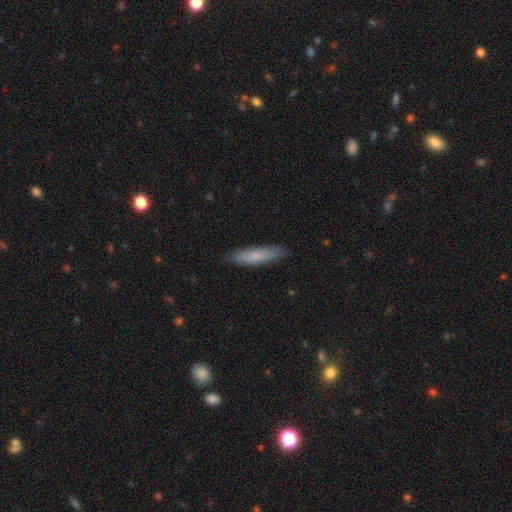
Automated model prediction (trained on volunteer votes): smooth-or-featured: smooth: 76% | featured or disk: 18% | star or artifact: 6%
  how-rounded: cigar-shaped: 84% | in between: 14% | round: 1%
  merging: none: 87% | minor disturbance: 10% | major disturbance: 2% | merger: 1%